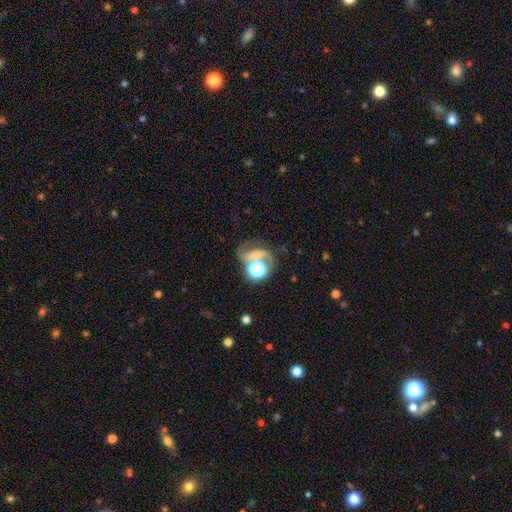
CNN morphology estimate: Smooth or featured? Predicted: featured or disk (p=0.46). Merging? Predicted: none (p=0.40).